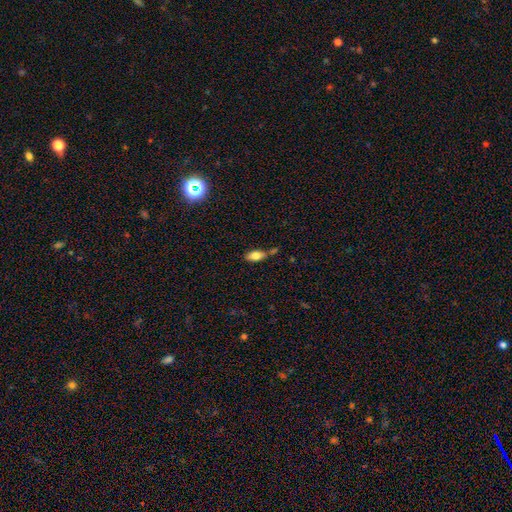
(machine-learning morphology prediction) smooth-or-featured: smooth: 78% | featured or disk: 14% | star or artifact: 8%
  how-rounded: in between: 87% | cigar-shaped: 9% | round: 4%
  merging: none: 58% | minor disturbance: 20% | merger: 17% | major disturbance: 5%